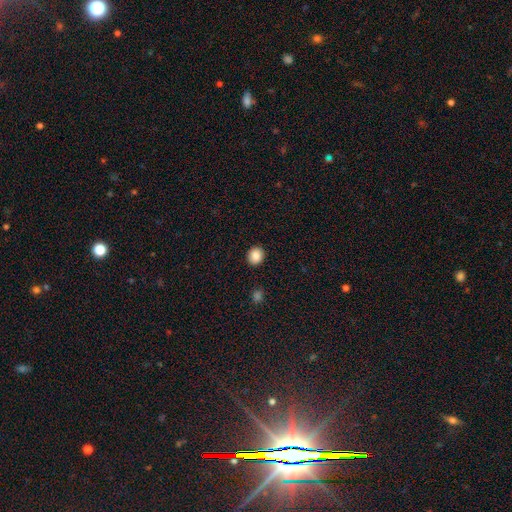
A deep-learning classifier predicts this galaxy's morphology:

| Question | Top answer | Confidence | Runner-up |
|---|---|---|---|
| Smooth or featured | smooth | 87% | star or artifact (9%) |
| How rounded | round | 80% | in between (19%) |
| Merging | none | 92% | minor disturbance (5%) |